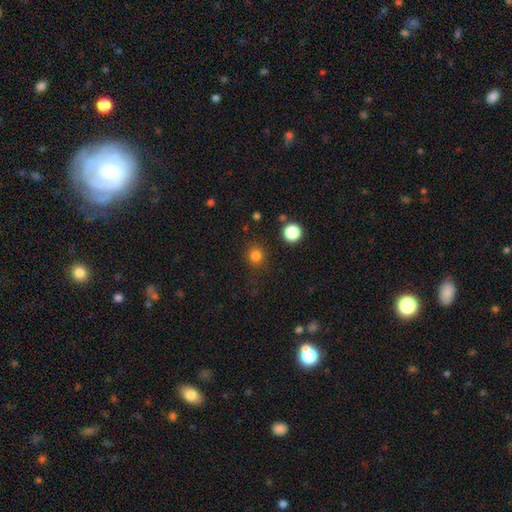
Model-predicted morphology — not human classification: A smooth galaxy with no disk features (81%) that is round (89%). Merging: none (85%).